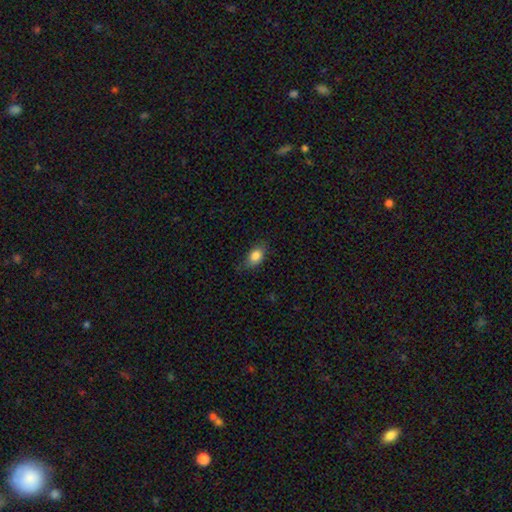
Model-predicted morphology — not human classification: A smooth galaxy with no disk features (85%) that is in between round and cigar-shaped (82%). Merging: none (75%).